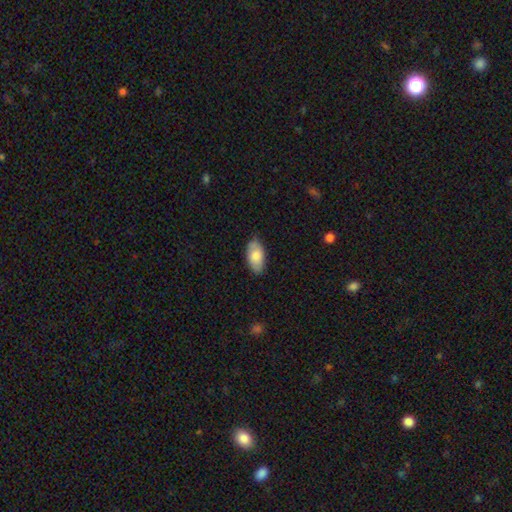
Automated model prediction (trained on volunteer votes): Smooth or featured?
  - smooth: 79% *
  - featured or disk: 15%
  - star or artifact: 6%
How rounded?
  - in between: 94% *
  - cigar-shaped: 3%
  - round: 3%
Merging?
  - none: 82% *
  - minor disturbance: 14%
  - major disturbance: 2%
  - merger: 1%